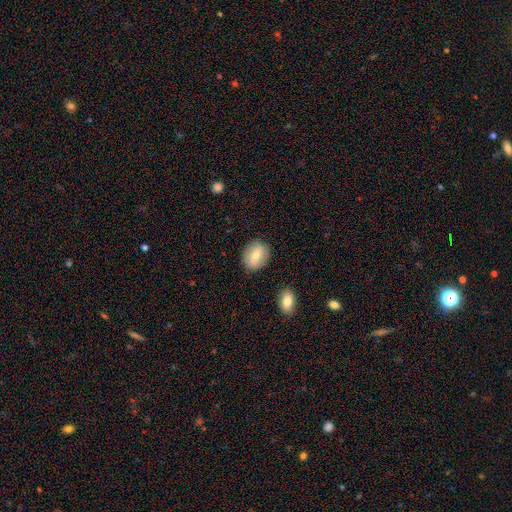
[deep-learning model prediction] Smooth or featured: smooth — 66% (featured or disk — 26%)
How rounded: in between — 52% (round — 47%)
Merging: none — 85% (minor disturbance — 11%)